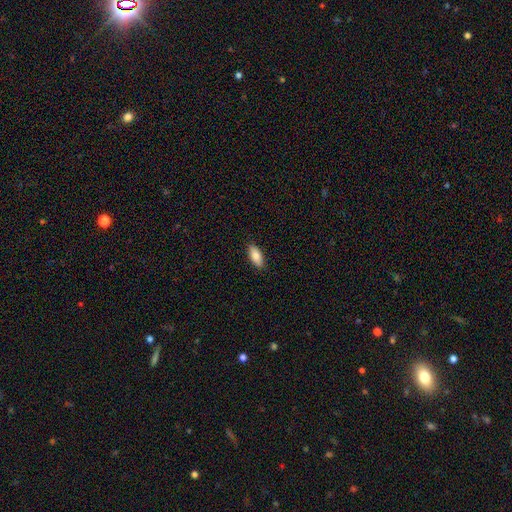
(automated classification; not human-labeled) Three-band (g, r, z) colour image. It shows a smooth galaxy with no disk features (81%) that is in between round and cigar-shaped (86%). Merging: none (89%).